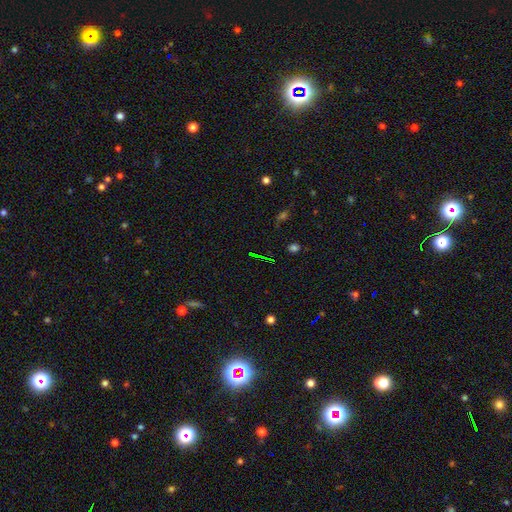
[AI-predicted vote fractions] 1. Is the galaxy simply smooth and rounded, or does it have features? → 68% star or artifact, 18% smooth, 13% featured or disk.